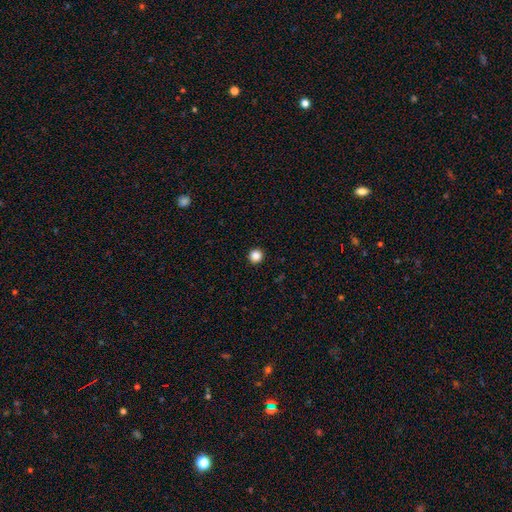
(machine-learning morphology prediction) Overall: smooth (86%). How rounded: round (95%). Merging: none (93%).